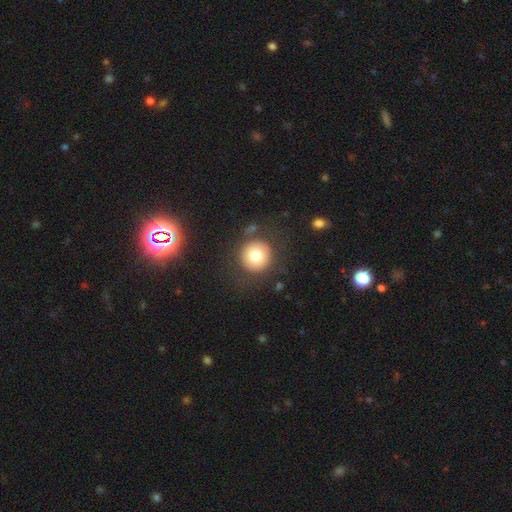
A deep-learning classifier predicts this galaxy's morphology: The model was most divided on "smooth or featured": smooth: 76%, featured or disk: 14%, star or artifact: 10%. More confident: how rounded — round (95%); merging — none (80%).